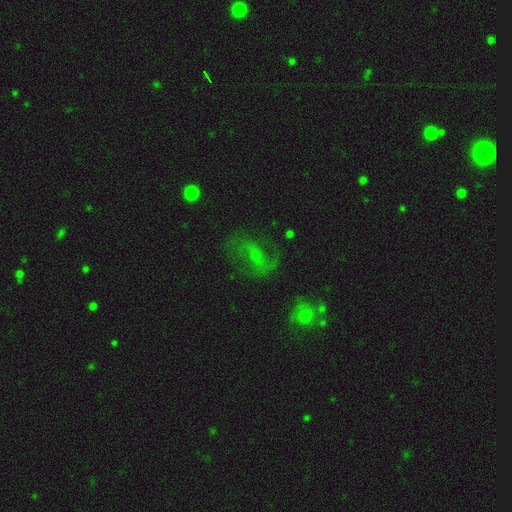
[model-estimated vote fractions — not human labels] The model was most divided on "smooth or featured": featured or disk: 50%, smooth: 28%, star or artifact: 22%. More confident: edge-on disk — no (96%); merging — none (56%).